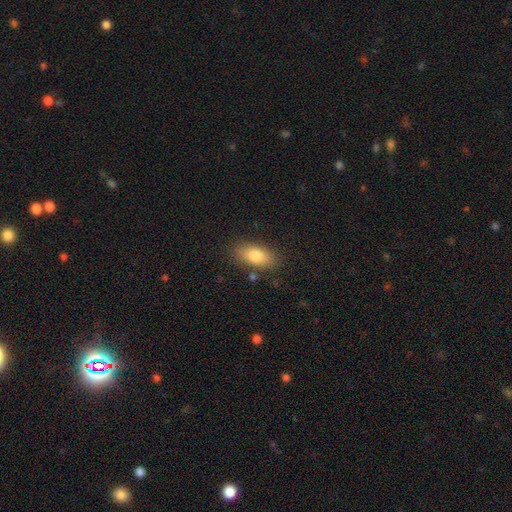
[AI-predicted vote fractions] A smooth galaxy with no disk features (81%) that is in between round and cigar-shaped (87%).

Vote fractions:
- Smooth or featured? smooth: 81% / featured or disk: 12% / star or artifact: 8%
- How rounded? in between: 87% / cigar-shaped: 8% / round: 5%
- Merging? none: 83% / minor disturbance: 11% / major disturbance: 3% / merger: 3%